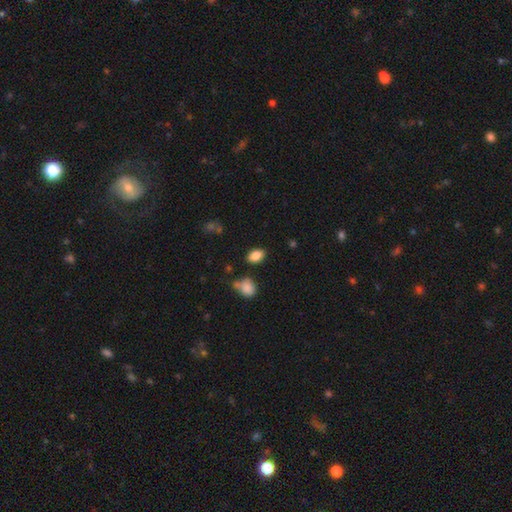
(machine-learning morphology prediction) smooth 85%, star or artifact 9%, featured or disk 6%. Down the decision tree: how rounded — in between (86%); merging — none (81%).